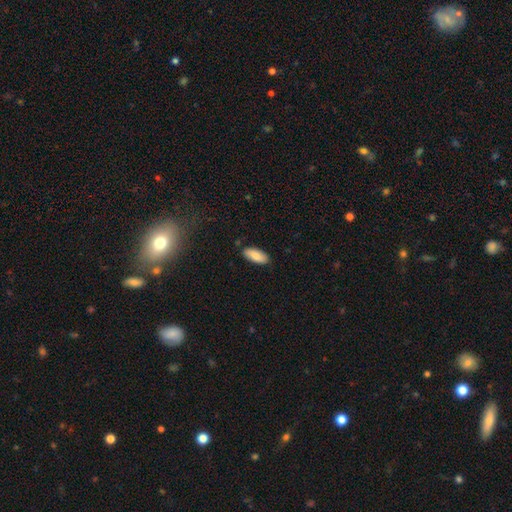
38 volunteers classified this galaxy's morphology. A smooth galaxy with no disk features (87%) that is in between round and cigar-shaped (94%). Merging: none (91%).